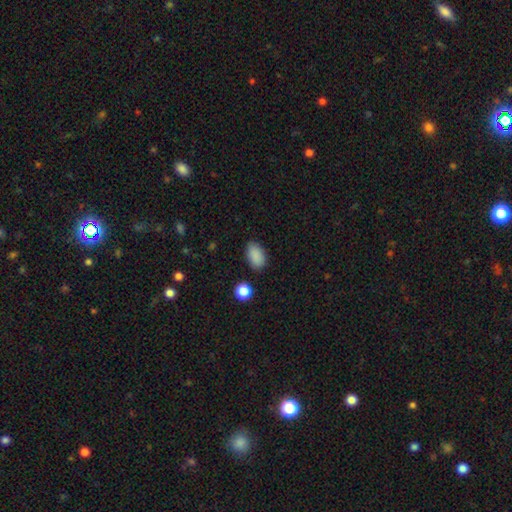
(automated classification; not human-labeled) Smooth or featured?
  - smooth: 88% *
  - star or artifact: 8%
  - featured or disk: 3%
How rounded?
  - in between: 91% *
  - round: 7%
  - cigar-shaped: 2%
Merging?
  - none: 82% *
  - minor disturbance: 13%
  - major disturbance: 3%
  - merger: 2%